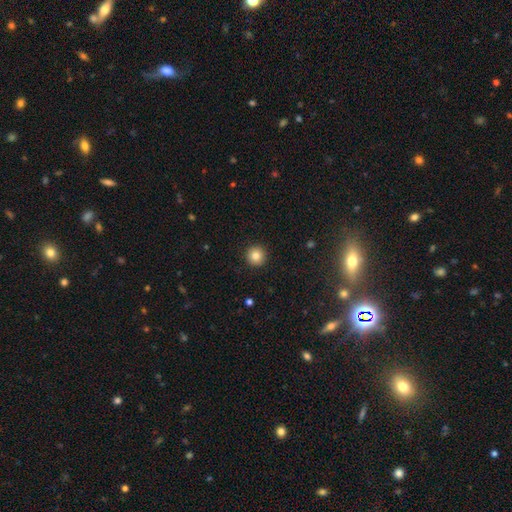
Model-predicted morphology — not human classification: This appears to be a smooth galaxy with no disk features (83%) that is round (96%). Merging: none (93%).